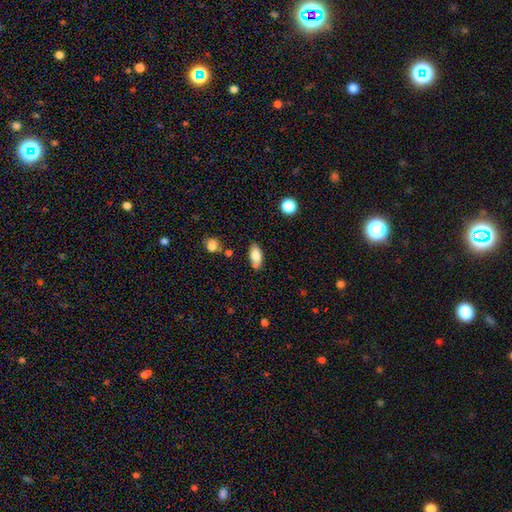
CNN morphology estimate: Q: Smooth or featured?
A: smooth (78%); runner-up: featured or disk (14%)
Q: How rounded?
A: in between (88%); runner-up: cigar-shaped (9%)
Q: Merging?
A: none (75%); runner-up: minor disturbance (16%)